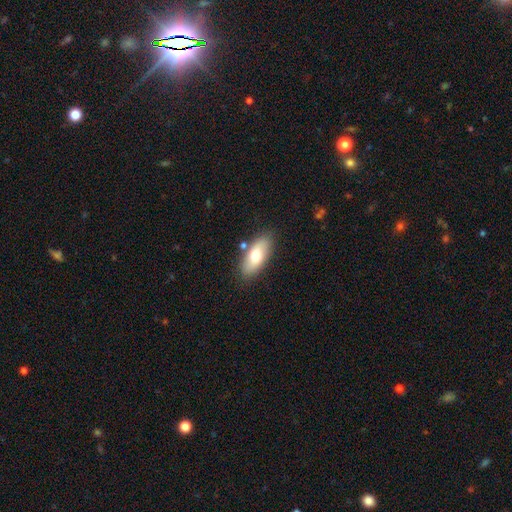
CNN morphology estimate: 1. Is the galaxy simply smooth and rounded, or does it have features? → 71% smooth, 22% featured or disk, 6% star or artifact.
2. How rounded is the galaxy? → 85% in between, 12% cigar-shaped, 3% round.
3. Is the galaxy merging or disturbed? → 81% none, 12% minor disturbance, 5% merger, 3% major disturbance.